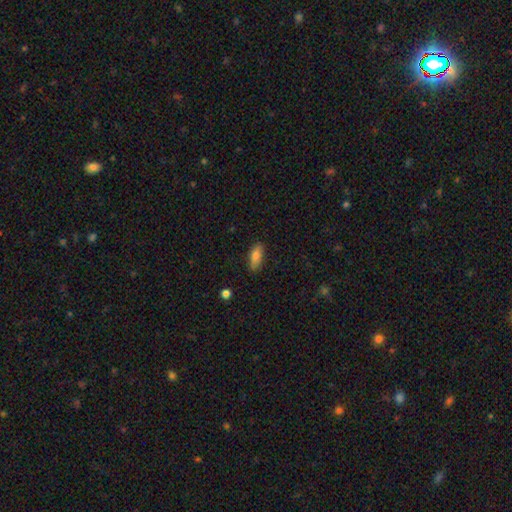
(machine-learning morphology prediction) Q: Smooth or featured?
A: smooth (79%); runner-up: featured or disk (14%)
Q: How rounded?
A: in between (74%); runner-up: cigar-shaped (23%)
Q: Merging?
A: none (83%); runner-up: minor disturbance (13%)